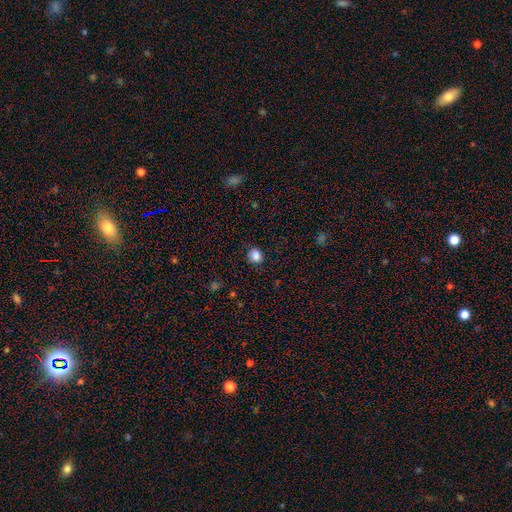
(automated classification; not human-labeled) Smooth or featured: smooth — 85% (star or artifact — 11%)
How rounded: round — 63% (in between — 36%)
Merging: none — 79% (minor disturbance — 16%)